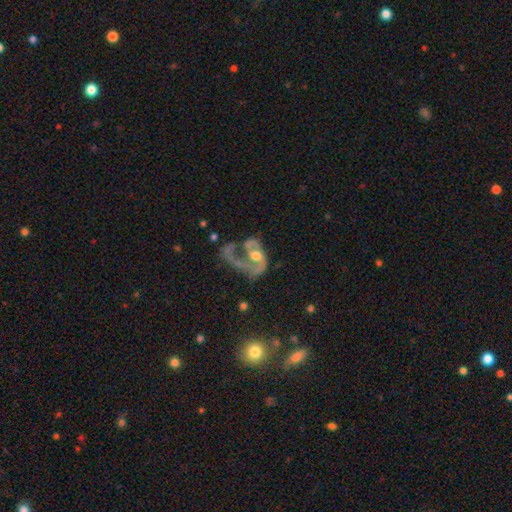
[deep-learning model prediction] Smooth or featured? featured or disk (76%)
Edge-on disk? no (97%)
Bar? no (70%)
Spiral arms? yes (70%)
Spiral winding? loose (50%)
Spiral arm count? 1 (55%)
Bulge size? moderate (63%)
Merging? major disturbance (54%)